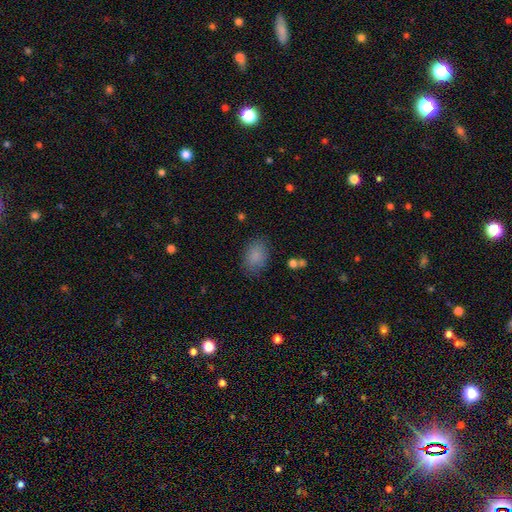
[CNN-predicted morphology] Smooth or featured: smooth — 85% (star or artifact — 9%)
How rounded: in between — 80% (round — 19%)
Merging: none — 82% (minor disturbance — 13%)